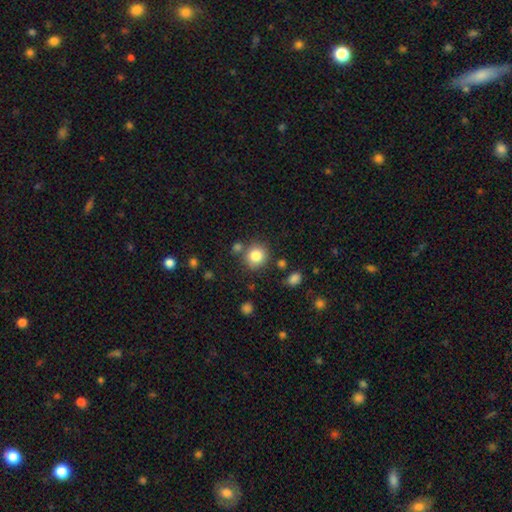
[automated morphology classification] The model was most divided on "merging": none: 78%, minor disturbance: 10%, merger: 9%, major disturbance: 3%. More confident: how rounded — round (88%); smooth or featured — smooth (82%).